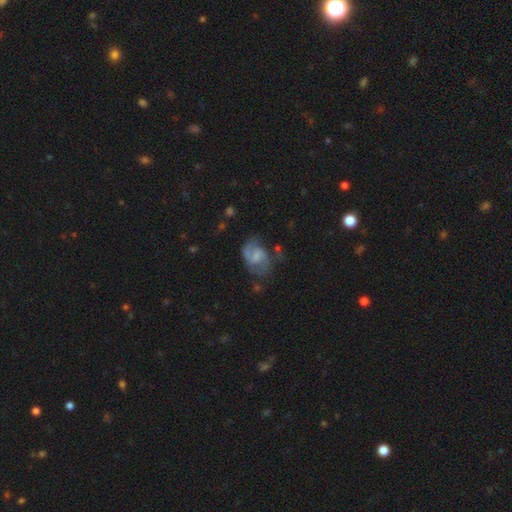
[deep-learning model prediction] smooth_or_featured: featured or disk (p=0.64) [alt: smooth p=0.28]
disk_edge_on: no (p=0.97) [alt: yes p=0.03]
bar: weak (p=0.49) [alt: no p=0.40]
has_spiral_arms: yes (p=0.86) [alt: no p=0.14]
spiral_winding: medium (p=0.49) [alt: loose p=0.28]
spiral_arm_count: 2 (p=0.71) [alt: 1 p=0.13]
bulge_size: small (p=0.34) [alt: none p=0.32]
merging: none (p=0.50) [alt: minor disturbance p=0.25]